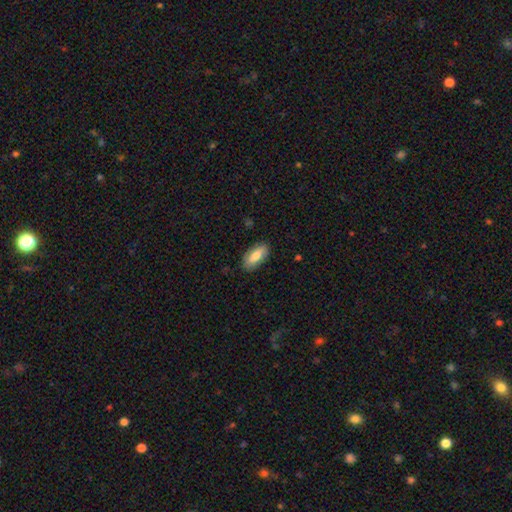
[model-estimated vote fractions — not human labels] Smooth or featured? smooth (74%)
How rounded? in between (86%)
Merging? none (84%)